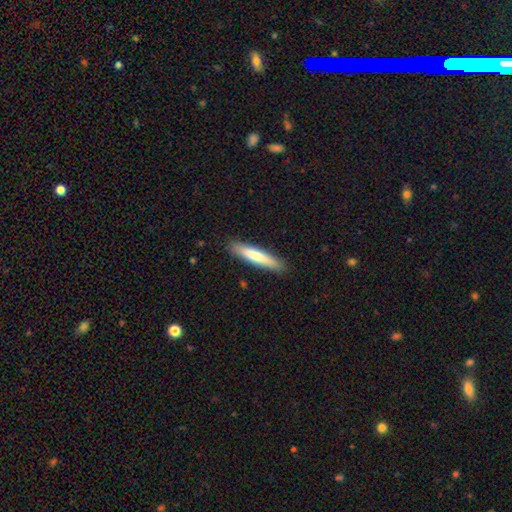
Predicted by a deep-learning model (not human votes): Smooth or featured?
  - smooth: 75% *
  - featured or disk: 20%
  - star or artifact: 5%
How rounded?
  - cigar-shaped: 90% *
  - in between: 9%
  - round: 1%
Merging?
  - none: 89% *
  - minor disturbance: 8%
  - major disturbance: 2%
  - merger: 1%